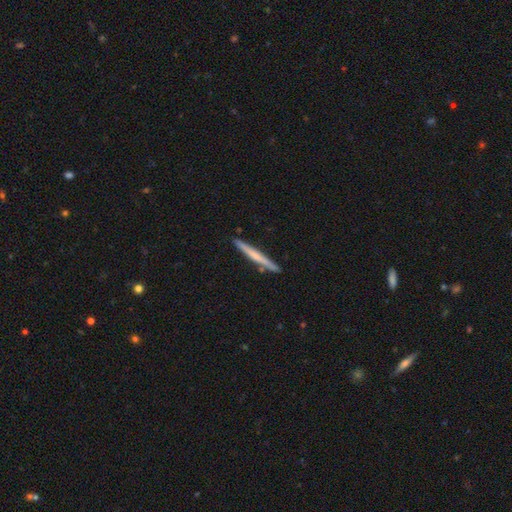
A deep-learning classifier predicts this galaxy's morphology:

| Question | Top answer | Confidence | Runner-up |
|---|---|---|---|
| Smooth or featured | smooth | 48% | featured or disk (47%) |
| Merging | none | 89% | minor disturbance (7%) |